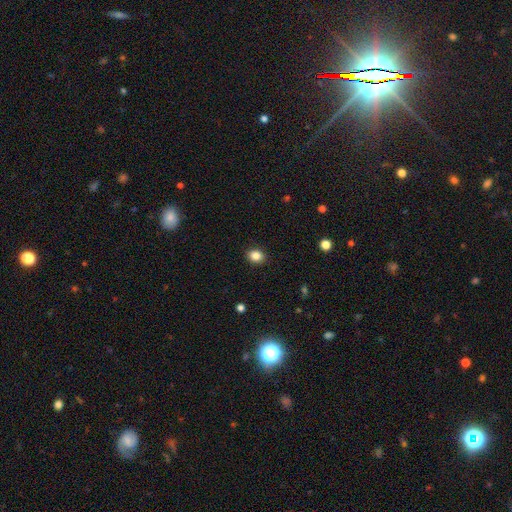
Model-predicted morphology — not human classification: This is clearly a smooth galaxy (85%). How rounded: possibly round (57%). Merging: clearly none (90%).